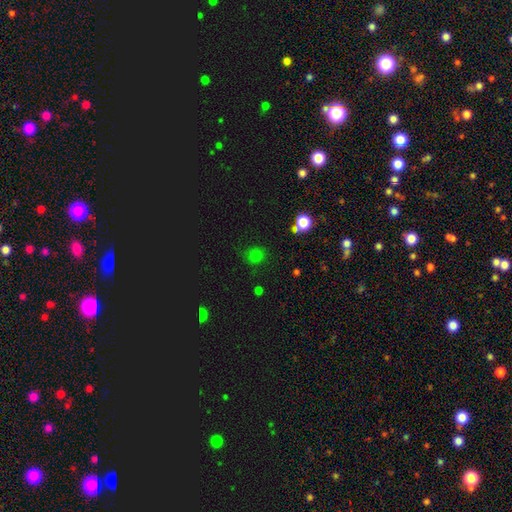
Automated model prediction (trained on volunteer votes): Overall: smooth (72%). How rounded: round (82%). Merging: none (78%).